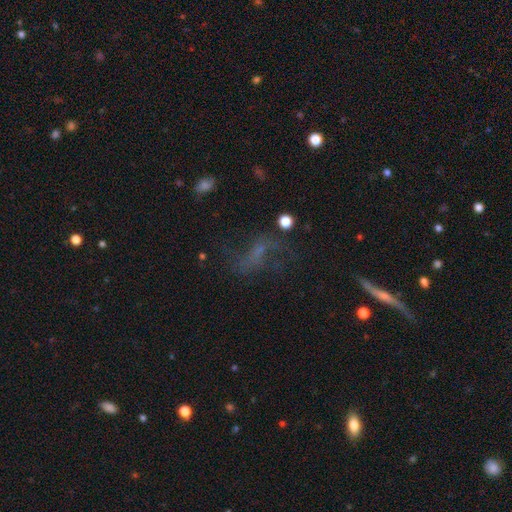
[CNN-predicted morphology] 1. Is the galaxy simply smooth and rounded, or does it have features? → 44% featured or disk, 29% star or artifact, 27% smooth.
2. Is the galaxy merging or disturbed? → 52% none, 23% major disturbance, 20% minor disturbance, 5% merger.